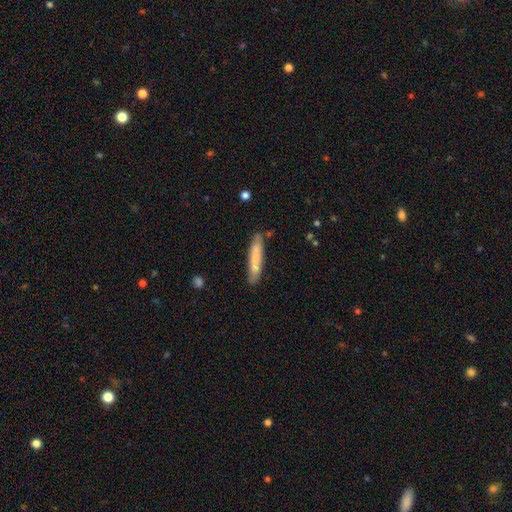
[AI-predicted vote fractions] A smooth galaxy with no disk features (72%) that is cigar-shaped (90%). Merging: none (76%).